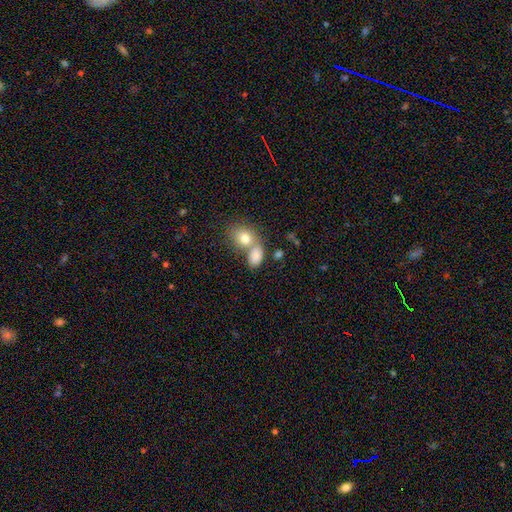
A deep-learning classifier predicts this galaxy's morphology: smooth-or-featured: smooth: 82% | featured or disk: 9% | star or artifact: 9%
  how-rounded: in between: 80% | round: 18% | cigar-shaped: 2%
  merging: merger: 50% | none: 36% | minor disturbance: 9% | major disturbance: 4%